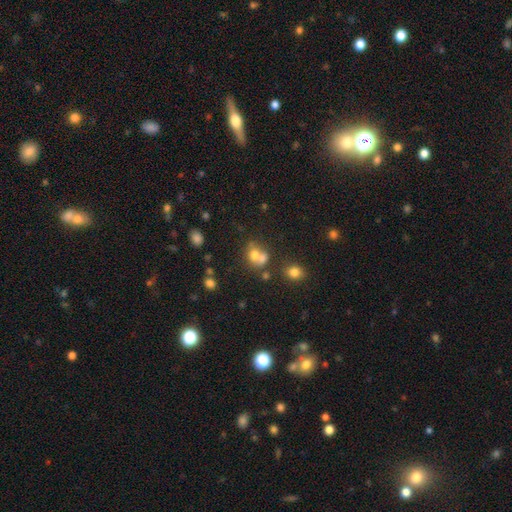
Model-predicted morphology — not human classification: The model was most divided on "merging": merger: 53%, none: 34%, minor disturbance: 9%, major disturbance: 5%. More confident: how rounded — round (68%); smooth or featured — smooth (66%).